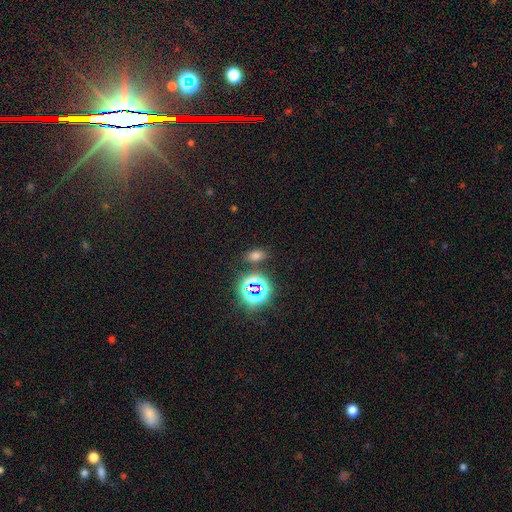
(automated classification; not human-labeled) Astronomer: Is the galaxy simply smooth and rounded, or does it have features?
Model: smooth — 60%.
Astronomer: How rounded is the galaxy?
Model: in between — 82%.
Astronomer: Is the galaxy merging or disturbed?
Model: none — 82%.